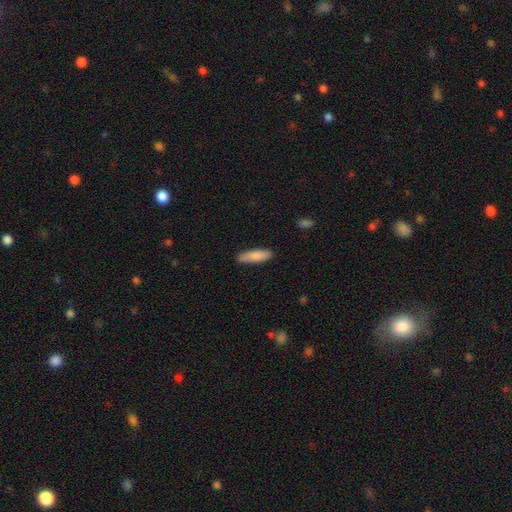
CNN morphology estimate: A smooth galaxy with no disk features (86%) that is cigar-shaped (63%). Merging: none (86%).